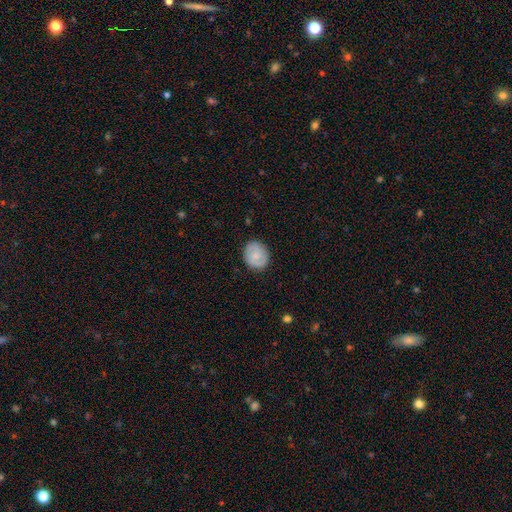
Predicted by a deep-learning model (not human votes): This appears to be a smooth galaxy with no disk features (60%) that is round (68%). Merging: none (84%).